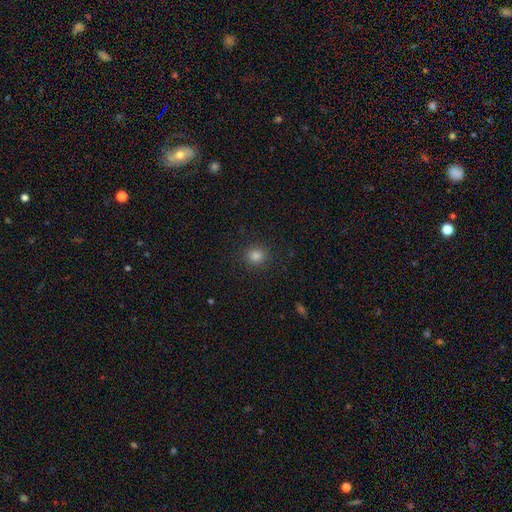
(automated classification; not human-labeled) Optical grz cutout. It shows a smooth galaxy with no disk features (81%) that is round (88%). Merging: none (91%).